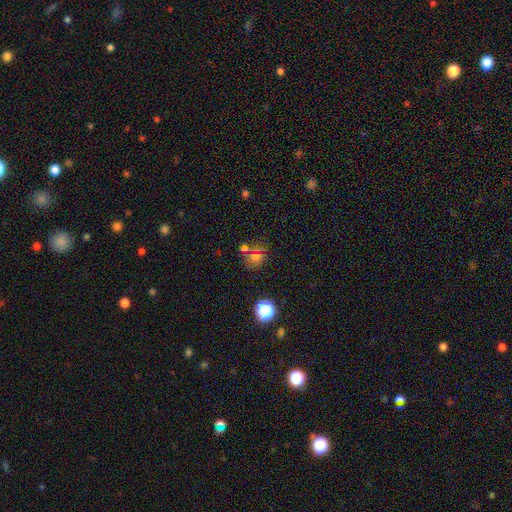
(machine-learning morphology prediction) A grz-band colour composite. It shows a smooth galaxy with no disk features (57%) that is round (80%). Merging: none (72%).